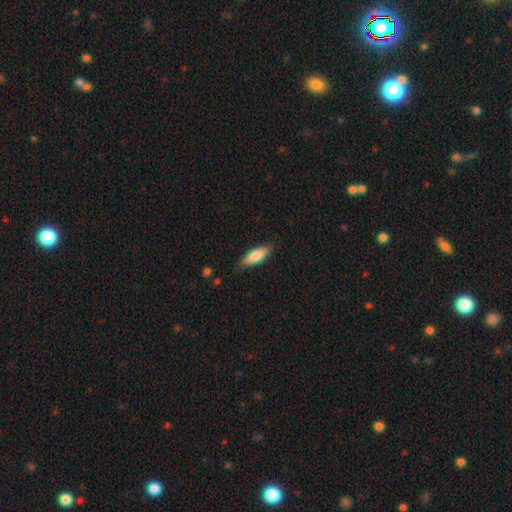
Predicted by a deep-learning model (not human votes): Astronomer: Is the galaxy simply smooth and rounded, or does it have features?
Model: smooth — 80%.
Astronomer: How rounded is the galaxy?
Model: in between — 52% (runner-up: cigar-shaped, 46%).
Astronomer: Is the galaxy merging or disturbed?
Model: none — 82%.